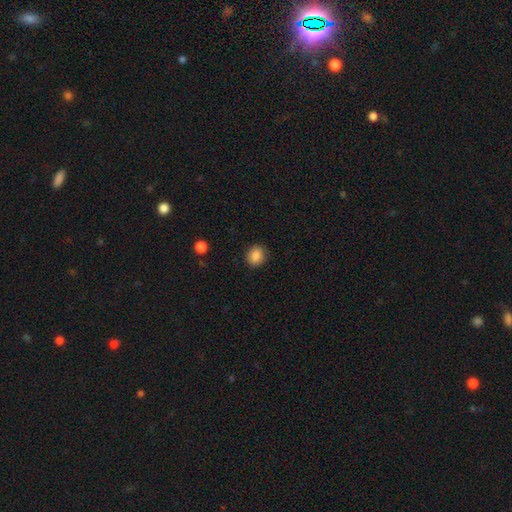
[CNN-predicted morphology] type=smooth (86%); roundness=round (76%); merging=none (89%).